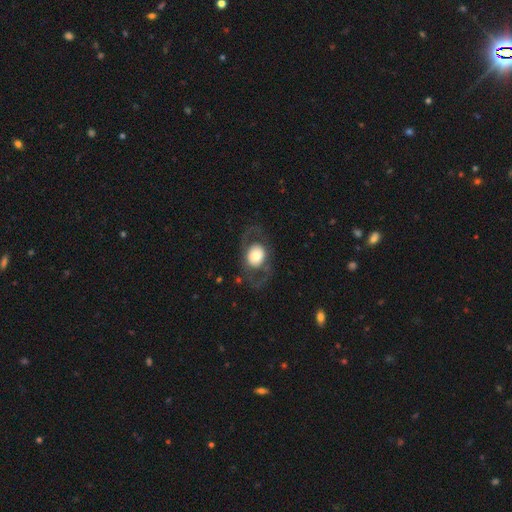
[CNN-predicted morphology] Q: Smooth or featured?
A: featured or disk (50%); runner-up: smooth (44%)
Q: Merging?
A: none (68%); runner-up: major disturbance (17%)